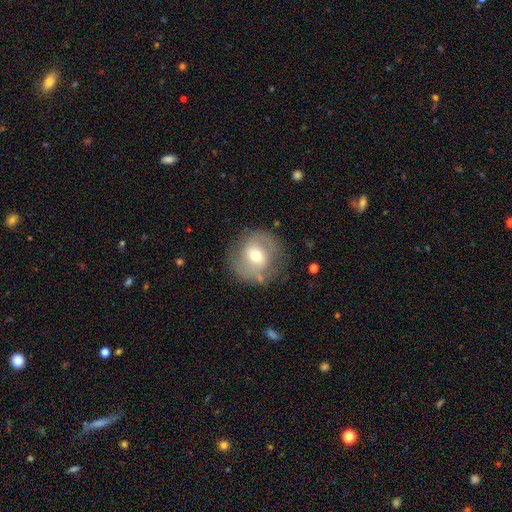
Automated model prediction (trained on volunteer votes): This is possibly a smooth galaxy (46%). Merging: likely none (77%).